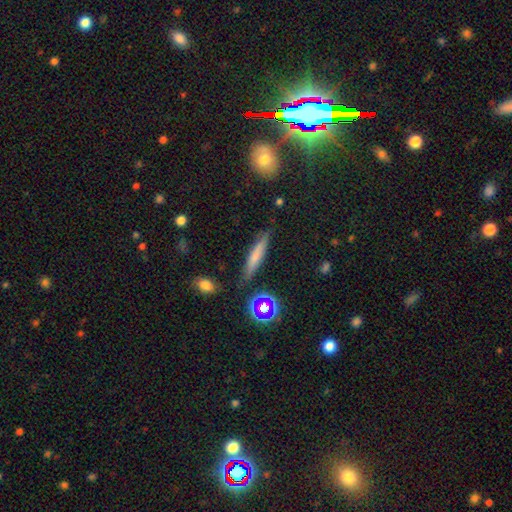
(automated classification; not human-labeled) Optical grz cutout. It shows a smooth galaxy with no disk features (64%) that is cigar-shaped (87%). Merging: none (81%).